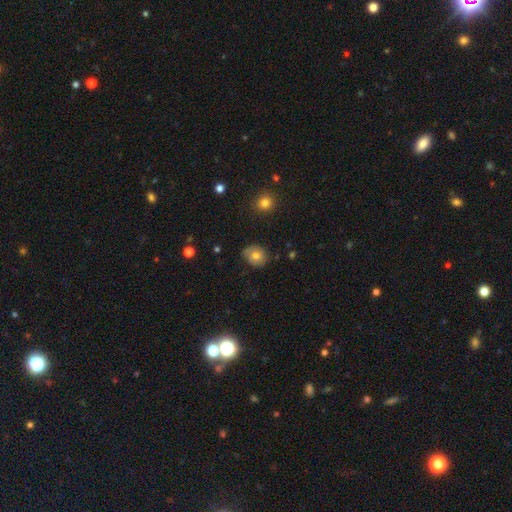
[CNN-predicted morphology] The model was most divided on "how rounded": round: 65%, in between: 34%, cigar-shaped: 1%. More confident: merging — none (74%); smooth or featured — smooth (72%).